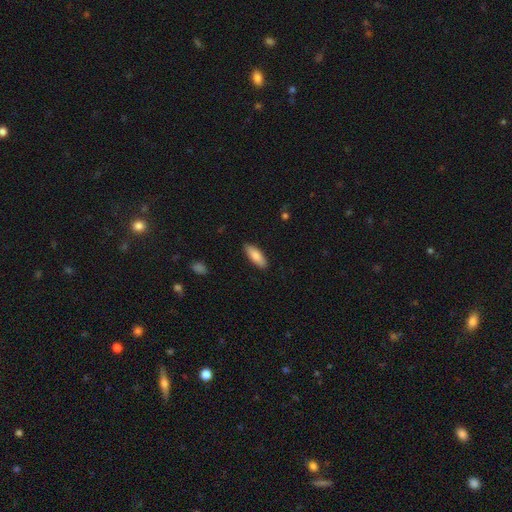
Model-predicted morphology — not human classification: smooth-or-featured: smooth: 84% | featured or disk: 11% | star or artifact: 6%
  how-rounded: in between: 66% | cigar-shaped: 33% | round: 2%
  merging: none: 88% | minor disturbance: 9% | major disturbance: 2% | merger: 1%